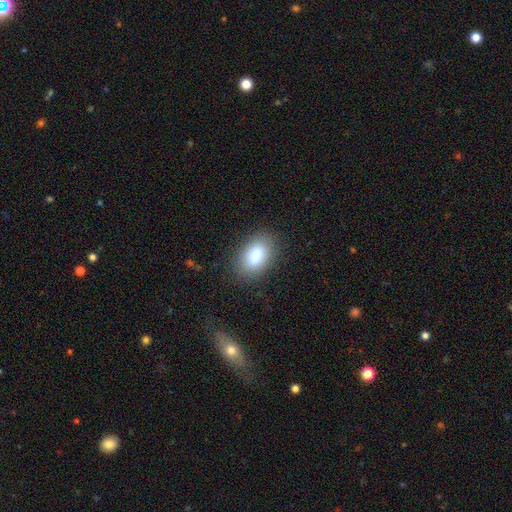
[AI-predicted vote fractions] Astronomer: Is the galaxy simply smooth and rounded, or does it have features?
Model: smooth — 85%.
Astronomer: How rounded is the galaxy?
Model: in between — 91%.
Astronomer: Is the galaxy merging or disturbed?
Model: none — 83%.